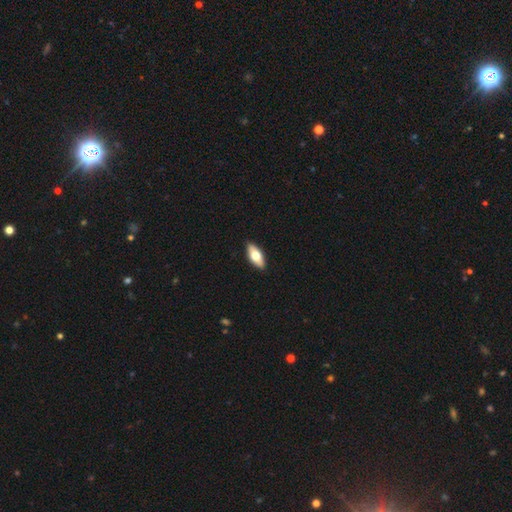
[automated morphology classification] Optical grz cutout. It shows a smooth galaxy with no disk features (64%) that is in between round and cigar-shaped (81%). Merging: none (90%).